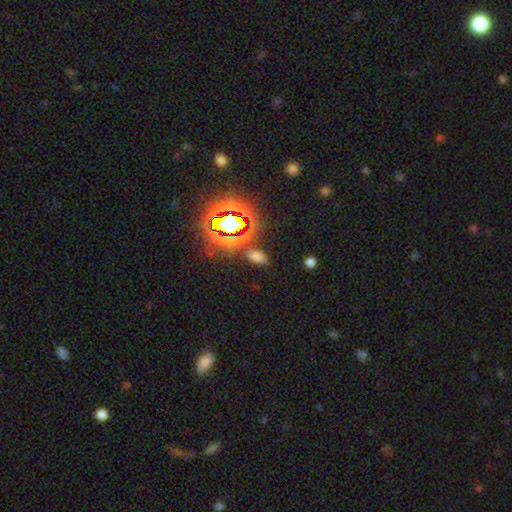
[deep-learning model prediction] This appears to be a smooth galaxy with no disk features (61%) that is in between round and cigar-shaped (87%). Merging: none (79%).